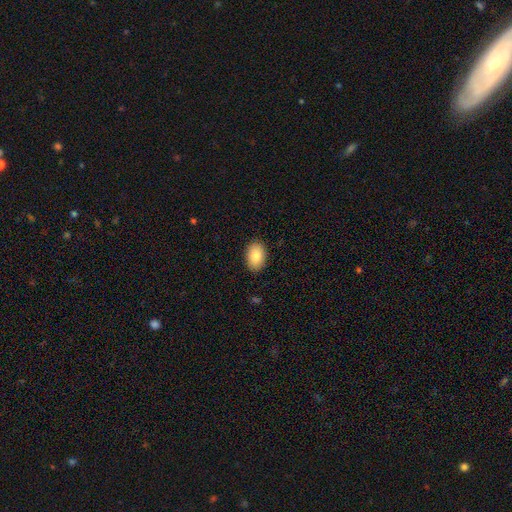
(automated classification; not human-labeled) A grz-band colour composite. It shows a smooth galaxy with no disk features (86%) that is in between round and cigar-shaped (89%). Merging: none (89%).